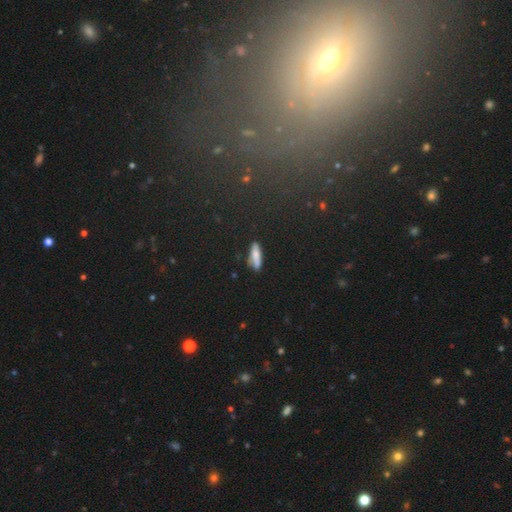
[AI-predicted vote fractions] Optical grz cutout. It shows a smooth galaxy with no disk features (70%) that is cigar-shaped (58%). Merging: none (72%).